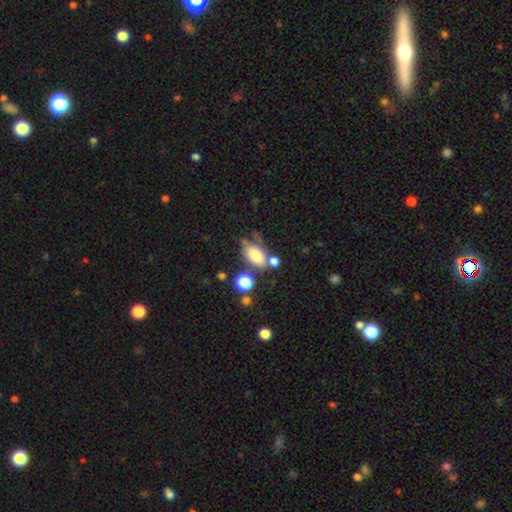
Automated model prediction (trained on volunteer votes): Smooth or featured: smooth — 80% (featured or disk — 11%)
How rounded: in between — 88% (round — 9%)
Merging: none — 53% (minor disturbance — 20%)